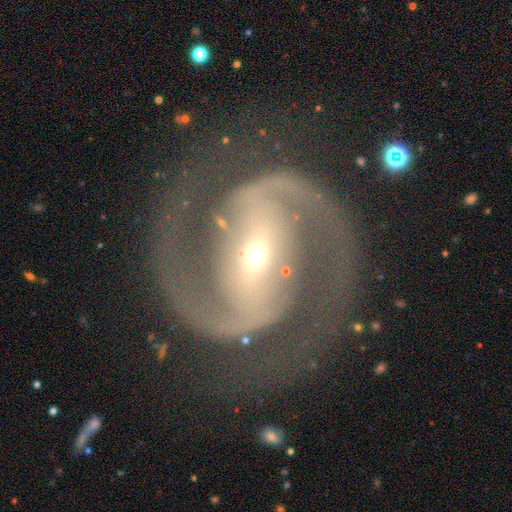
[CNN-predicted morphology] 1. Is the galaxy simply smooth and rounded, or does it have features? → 93% featured or disk, 5% star or artifact, 2% smooth.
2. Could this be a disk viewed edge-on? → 98% no, 2% yes.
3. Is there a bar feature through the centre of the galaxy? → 55% strong, 29% weak, 16% no.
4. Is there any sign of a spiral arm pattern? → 99% yes, 1% no.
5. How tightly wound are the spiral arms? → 61% medium, 31% tight, 8% loose.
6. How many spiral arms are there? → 94% 2, 2% 3, 1% can't tell, 1% 1, 1% 4, 1% more than 4.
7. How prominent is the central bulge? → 72% small, 24% moderate, 2% large, 1% none, 1% dominant.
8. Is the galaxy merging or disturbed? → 83% none, 11% minor disturbance, 5% major disturbance, 1% merger.